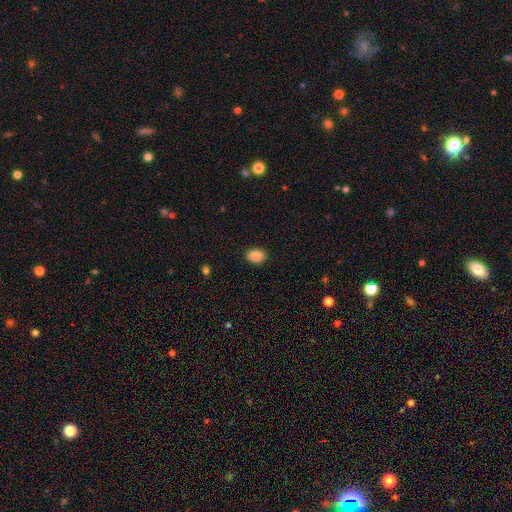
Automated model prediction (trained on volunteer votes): Smooth or featured? smooth (88%)
How rounded? in between (74%)
Merging? none (88%)